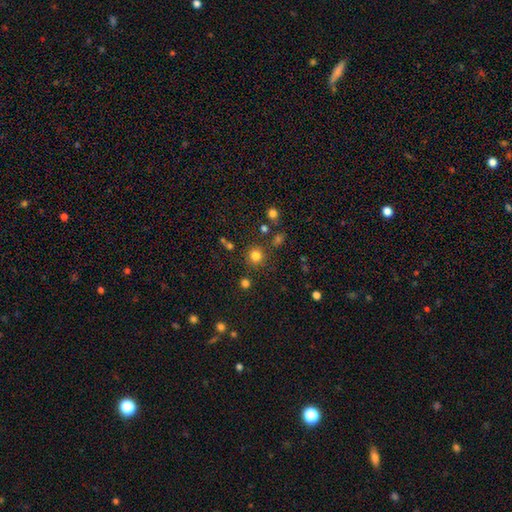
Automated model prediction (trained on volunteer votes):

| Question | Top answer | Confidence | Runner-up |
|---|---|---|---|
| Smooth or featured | smooth | 80% | star or artifact (15%) |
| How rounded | round | 92% | in between (7%) |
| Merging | none | 84% | minor disturbance (8%) |